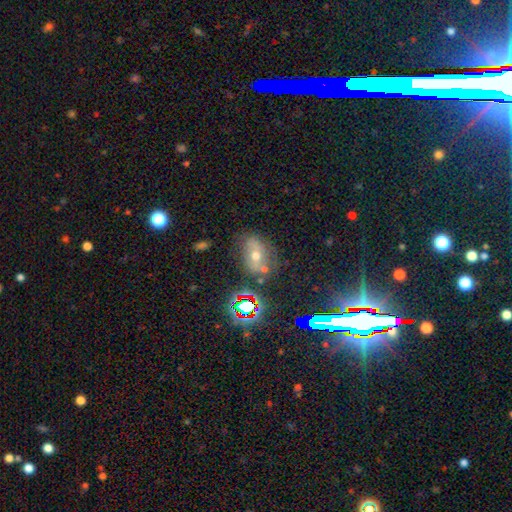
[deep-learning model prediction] Morphology: type=smooth (38%); merging=none (63%).